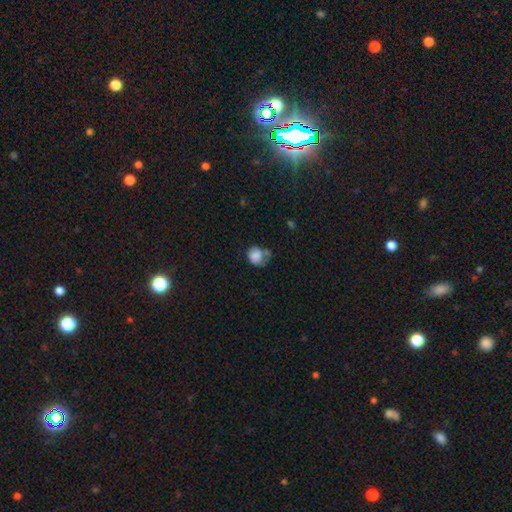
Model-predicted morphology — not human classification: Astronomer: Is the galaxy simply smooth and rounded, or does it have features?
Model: smooth — 76%.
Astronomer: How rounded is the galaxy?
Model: round — 66%.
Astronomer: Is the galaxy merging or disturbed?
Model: none — 34% (runner-up: minor disturbance, 30%).